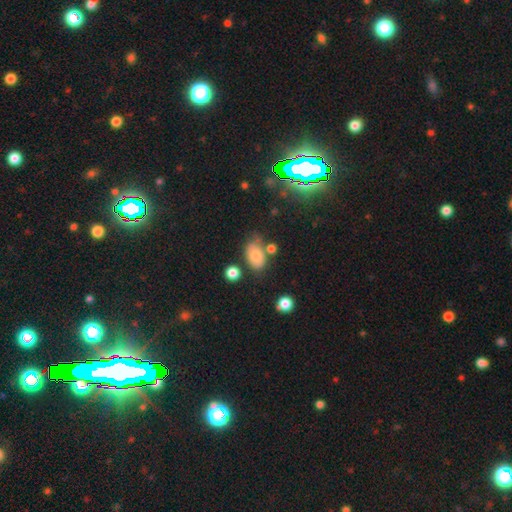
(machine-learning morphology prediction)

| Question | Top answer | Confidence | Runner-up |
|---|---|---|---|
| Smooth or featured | smooth | 74% | featured or disk (14%) |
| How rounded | in between | 86% | round (13%) |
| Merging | none | 60% | minor disturbance (22%) |